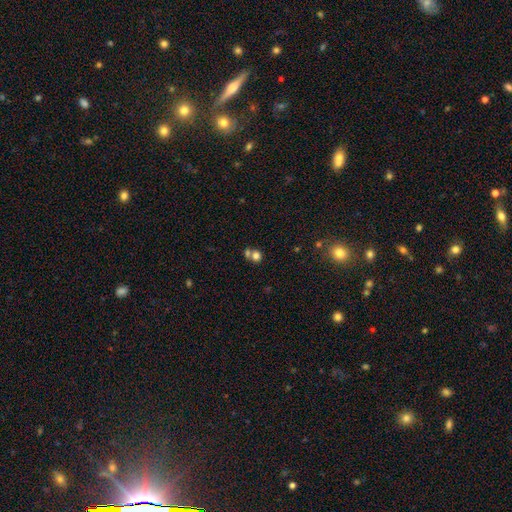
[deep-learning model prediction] The model was most divided on "merging": none: 45%, merger: 44%, minor disturbance: 7%, major disturbance: 4%. More confident: how rounded — round (80%); smooth or featured — smooth (74%).